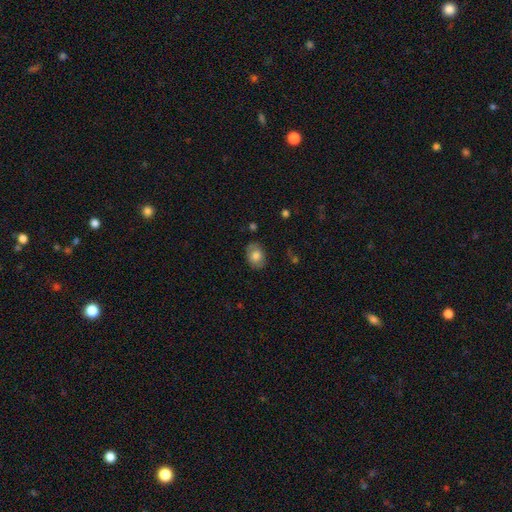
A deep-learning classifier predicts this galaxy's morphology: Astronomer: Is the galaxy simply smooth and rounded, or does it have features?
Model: smooth — 77%.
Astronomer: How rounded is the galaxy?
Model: in between — 79%.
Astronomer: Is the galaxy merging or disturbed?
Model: none — 82%.